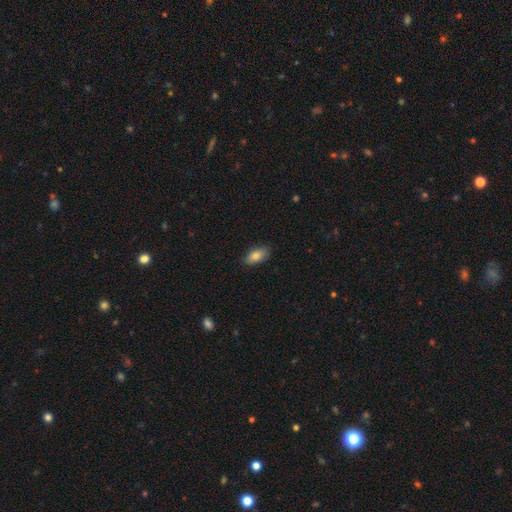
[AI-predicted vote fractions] Smooth or featured: smooth — 81% (featured or disk — 12%)
How rounded: in between — 88% (cigar-shaped — 9%)
Merging: none — 85% (minor disturbance — 12%)